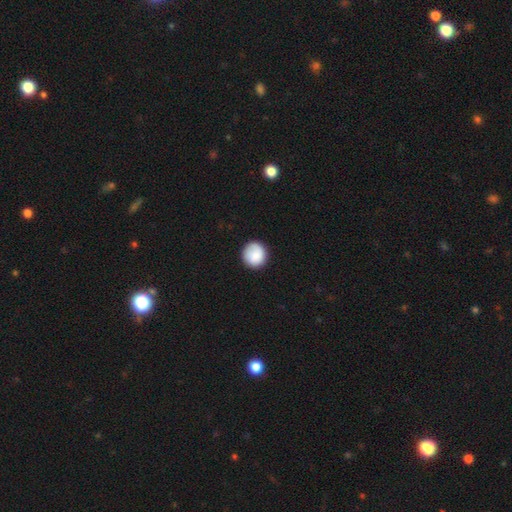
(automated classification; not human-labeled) Morphology: type=smooth (85%); roundness=round (90%); merging=none (86%).